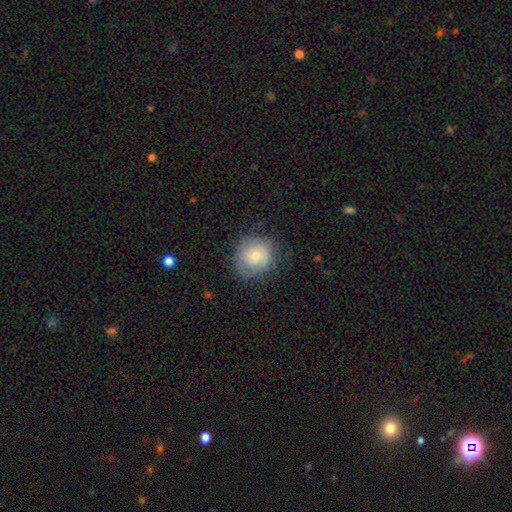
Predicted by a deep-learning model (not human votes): Smooth or featured?
  - smooth: 68% *
  - featured or disk: 24%
  - star or artifact: 8%
How rounded?
  - round: 84% *
  - in between: 15%
  - cigar-shaped: 1%
Merging?
  - none: 66% *
  - minor disturbance: 22%
  - major disturbance: 11%
  - merger: 1%